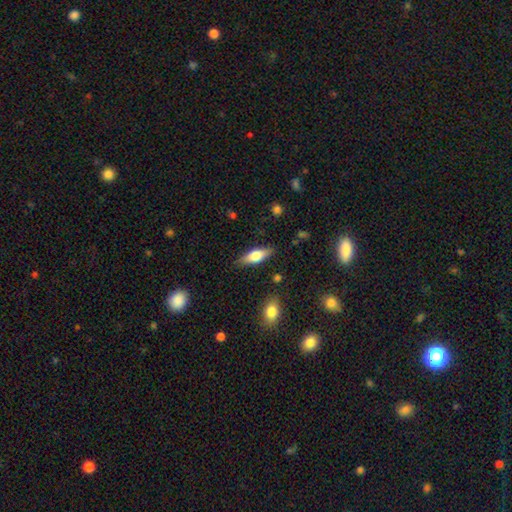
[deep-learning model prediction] smooth 59%, featured or disk 35%, star or artifact 6%. Down the decision tree: how rounded — in between (60%); merging — none (84%).